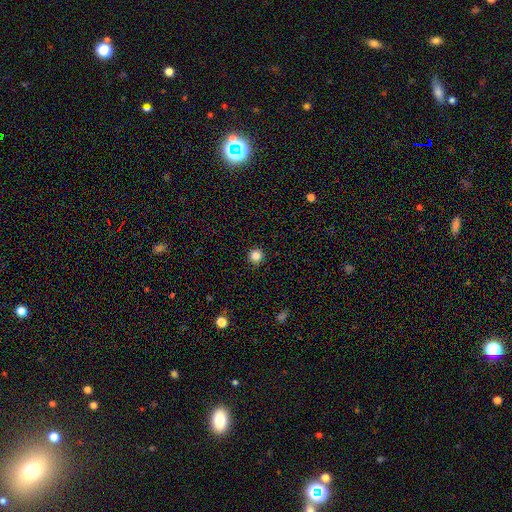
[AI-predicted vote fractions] Smooth or featured: smooth — 85% (star or artifact — 12%)
How rounded: round — 95% (in between — 4%)
Merging: none — 92% (minor disturbance — 5%)